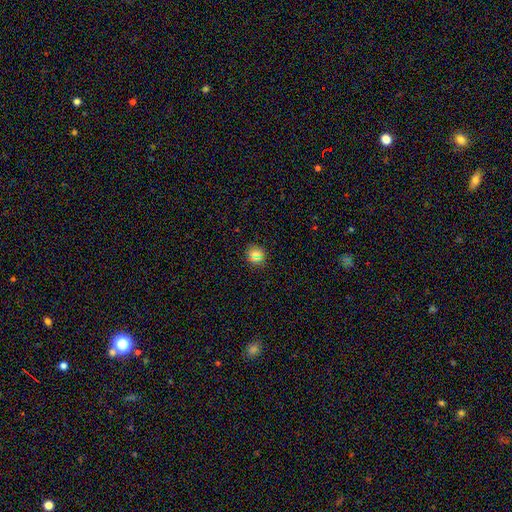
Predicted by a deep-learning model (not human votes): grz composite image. It shows a smooth galaxy with no disk features (72%) that is round (88%). Merging: none (88%).